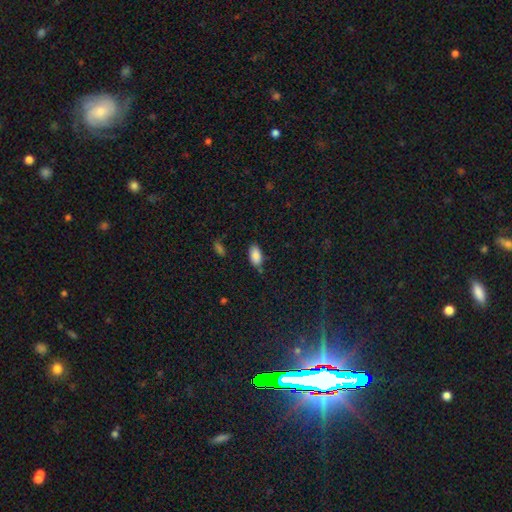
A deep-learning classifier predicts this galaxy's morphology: This is clearly a smooth galaxy (88%). How rounded: clearly in between (93%). Merging: likely none (74%).